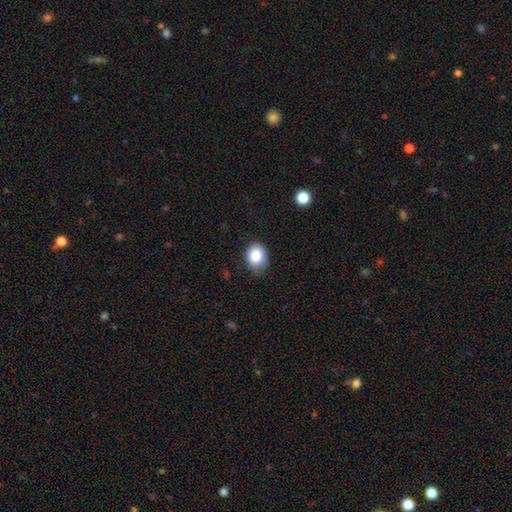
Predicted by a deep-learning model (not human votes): smooth 84%, star or artifact 9%, featured or disk 7%. Down the decision tree: how rounded — in between (59%); merging — none (72%).